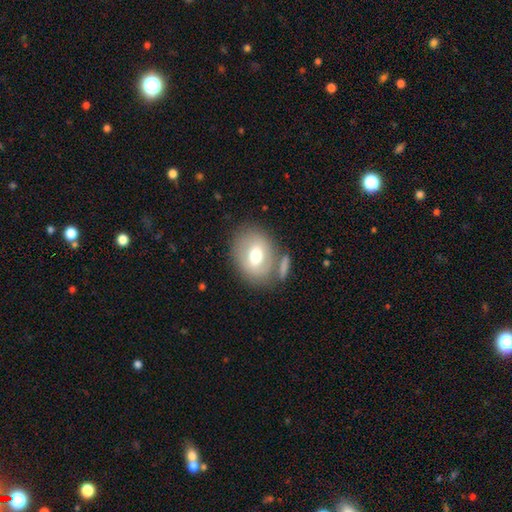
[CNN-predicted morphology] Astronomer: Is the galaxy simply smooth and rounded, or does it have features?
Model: smooth — 64%.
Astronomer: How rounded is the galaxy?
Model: in between — 57% (runner-up: round, 42%).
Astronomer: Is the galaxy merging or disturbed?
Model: none — 66%.